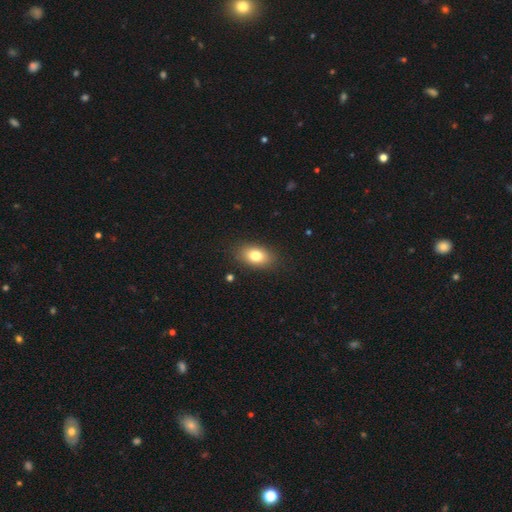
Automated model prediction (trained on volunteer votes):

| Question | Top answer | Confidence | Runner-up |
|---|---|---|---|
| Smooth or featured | smooth | 79% | featured or disk (12%) |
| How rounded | in between | 84% | round (13%) |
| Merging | none | 86% | minor disturbance (10%) |